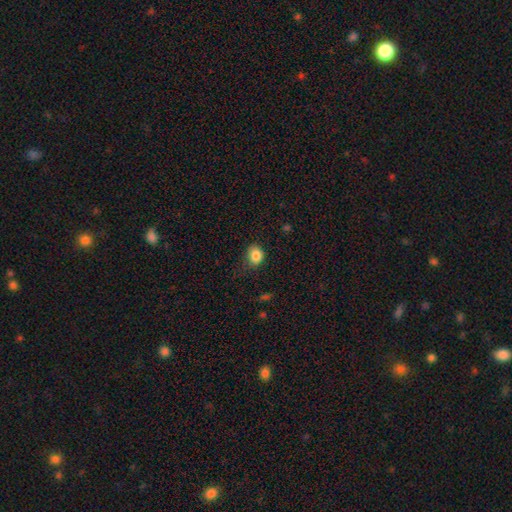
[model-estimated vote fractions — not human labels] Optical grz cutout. It shows a smooth galaxy with no disk features (85%) that is round (56%). Merging: none (66%).